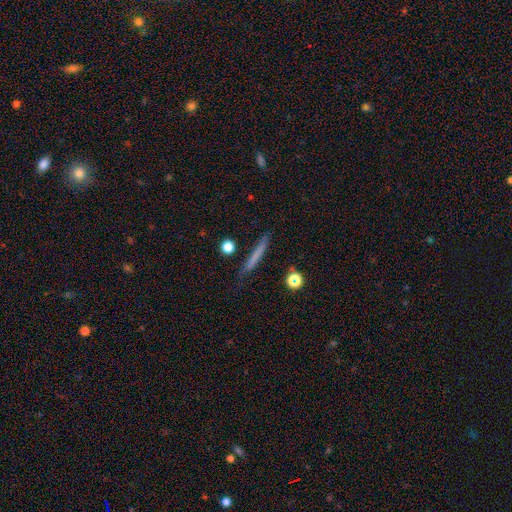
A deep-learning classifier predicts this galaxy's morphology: A smooth galaxy with no disk features (64%) that is cigar-shaped (94%). Merging: none (79%).